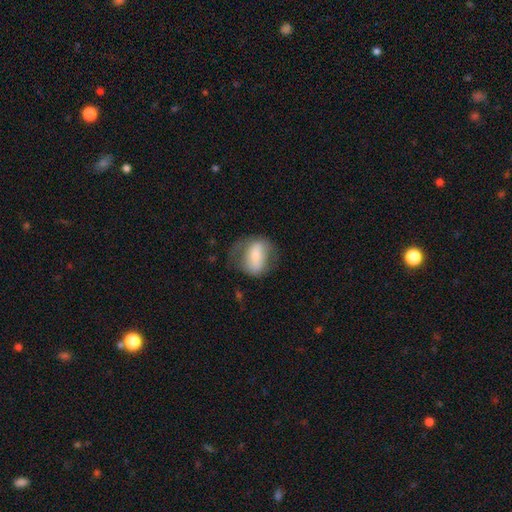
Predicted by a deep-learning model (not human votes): Overall: smooth (56%; featured or disk 37%). How rounded: in between (72%). Merging: none (50%; minor disturbance 26%).